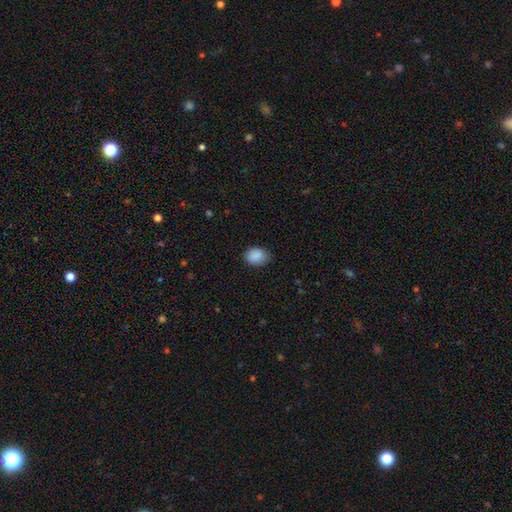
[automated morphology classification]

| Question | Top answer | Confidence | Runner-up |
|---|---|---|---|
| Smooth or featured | smooth | 89% | star or artifact (7%) |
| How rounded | in between | 69% | round (30%) |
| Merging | none | 77% | minor disturbance (19%) |